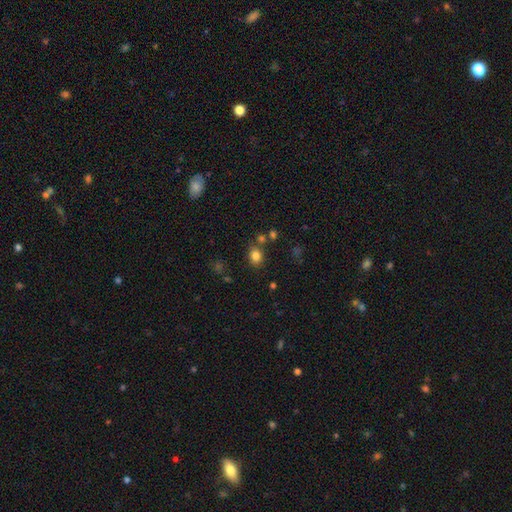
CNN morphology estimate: Smooth or featured? smooth (81%)
How rounded? round (57%)
Merging? none (76%)